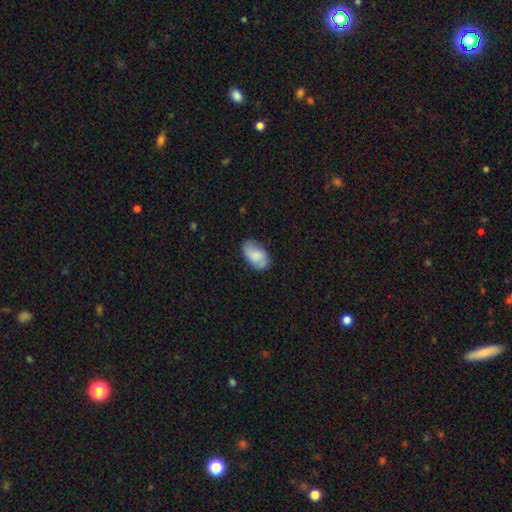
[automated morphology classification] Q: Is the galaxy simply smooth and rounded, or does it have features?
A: smooth — 71%.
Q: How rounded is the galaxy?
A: in between — 93%.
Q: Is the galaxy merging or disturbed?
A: none — 75%.